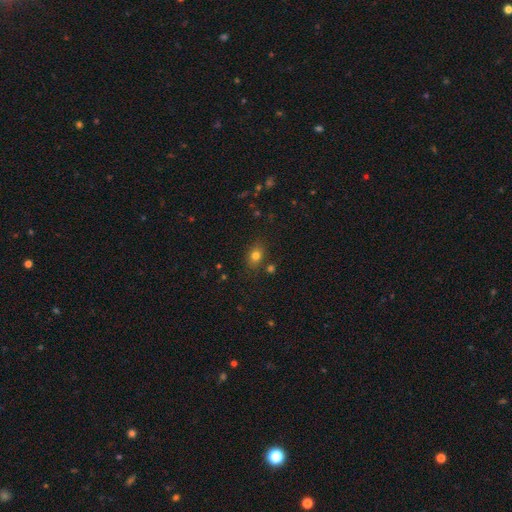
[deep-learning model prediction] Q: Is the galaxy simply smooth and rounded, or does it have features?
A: smooth — 78%.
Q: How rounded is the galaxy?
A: in between — 64%.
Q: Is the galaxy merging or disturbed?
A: none — 79%.